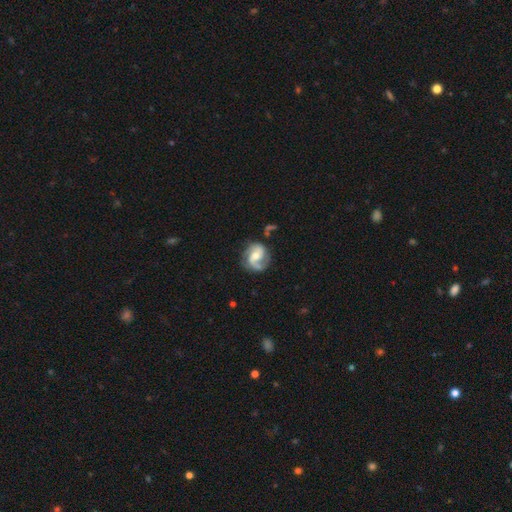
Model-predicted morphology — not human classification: Smooth or featured? Predicted: featured or disk (p=0.82). Edge-on disk? Predicted: no (p=0.98). Bar? Predicted: no (p=0.48). Spiral arms? Predicted: yes (p=0.95). Spiral winding? Predicted: medium (p=0.48). Spiral arm count? Predicted: 2 (p=0.78). Bulge size? Predicted: moderate (p=0.59). Merging? Predicted: none (p=0.67).